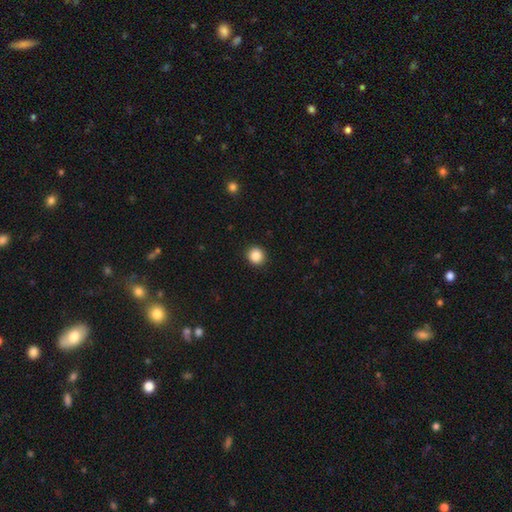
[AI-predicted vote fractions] Q: Smooth or featured?
A: smooth (87%); runner-up: star or artifact (10%)
Q: How rounded?
A: round (91%); runner-up: in between (8%)
Q: Merging?
A: none (93%); runner-up: minor disturbance (5%)